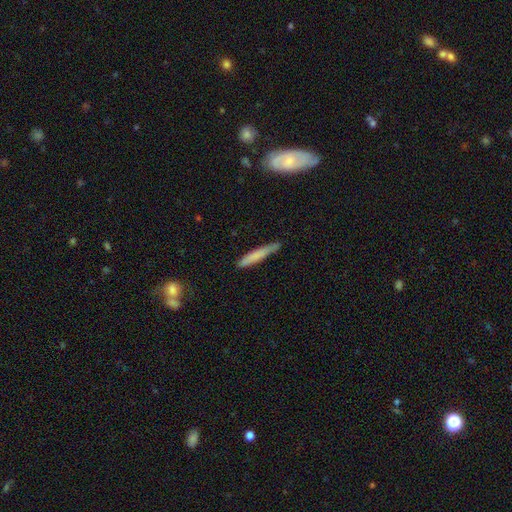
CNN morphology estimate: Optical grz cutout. It shows a smooth galaxy with no disk features (73%) that is cigar-shaped (94%). Merging: none (78%).